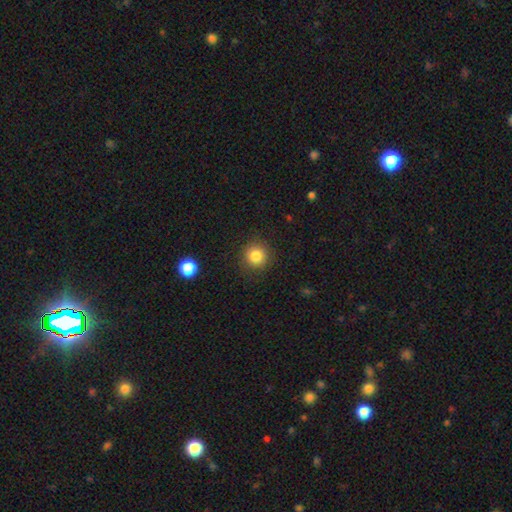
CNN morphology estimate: Overall: smooth (84%). How rounded: round (93%). Merging: none (89%).